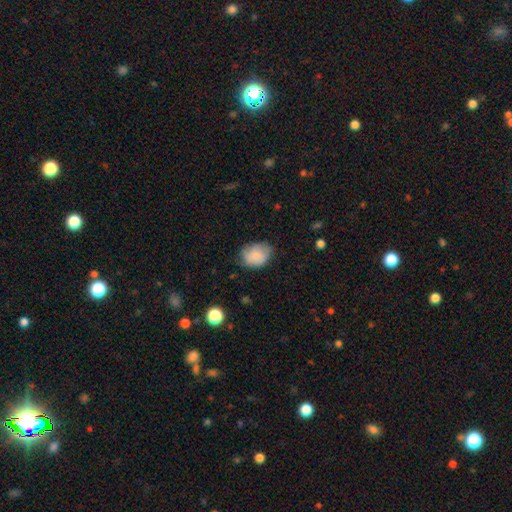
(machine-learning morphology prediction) Smooth or featured: smooth — 77% (featured or disk — 15%)
How rounded: in between — 62% (round — 37%)
Merging: none — 63% (minor disturbance — 29%)